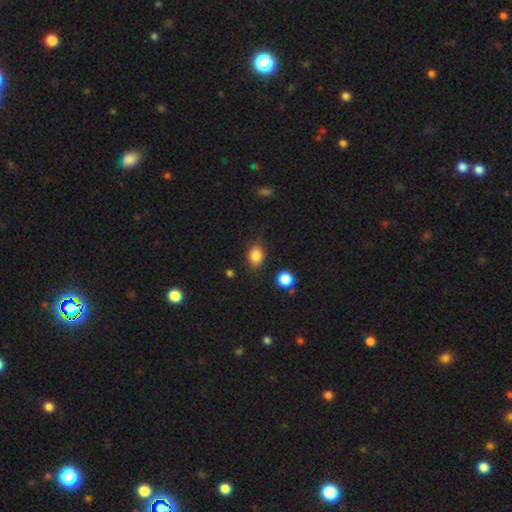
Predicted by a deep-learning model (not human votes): This is clearly a smooth galaxy (84%). How rounded: likely in between (62%). Merging: clearly none (82%).